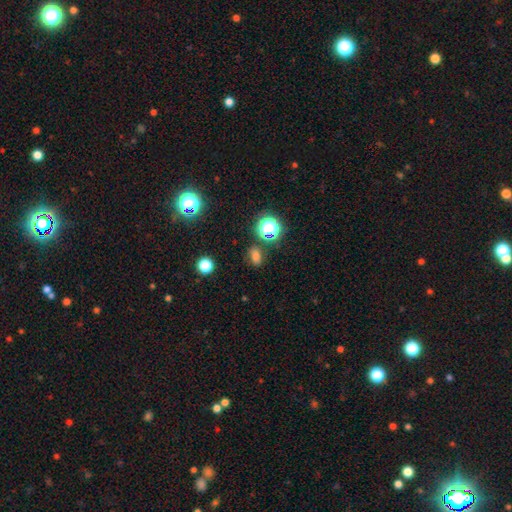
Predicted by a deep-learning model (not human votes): This is likely a smooth galaxy (67%). How rounded: likely in between (68%). Merging: likely none (80%).